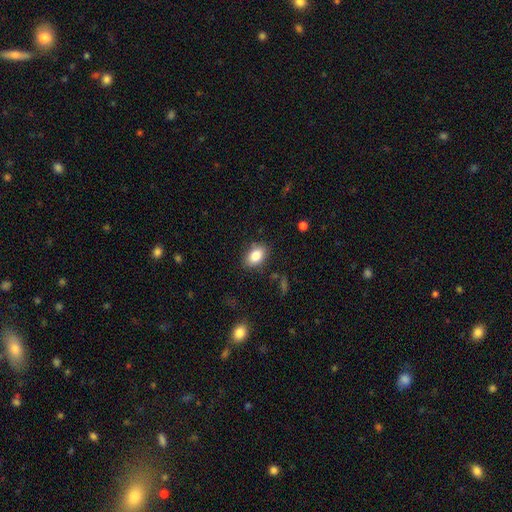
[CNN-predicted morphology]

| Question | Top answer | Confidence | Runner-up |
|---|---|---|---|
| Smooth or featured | smooth | 84% | star or artifact (8%) |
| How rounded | in between | 84% | round (14%) |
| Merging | none | 83% | minor disturbance (12%) |